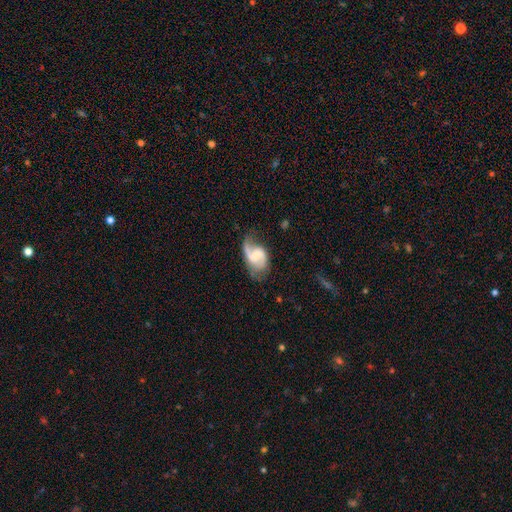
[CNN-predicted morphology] This is clearly a featured or disk galaxy (81%). It is clearly not viewed edge-on (98%). Bar: possibly weak (52%). Spiral arm pattern: clearly yes (95%). Spiral arm count: likely 2 (76%). Spiral winding: possibly loose (50%). Central bulge: marginally small (36%). Merging: possibly none (57%).